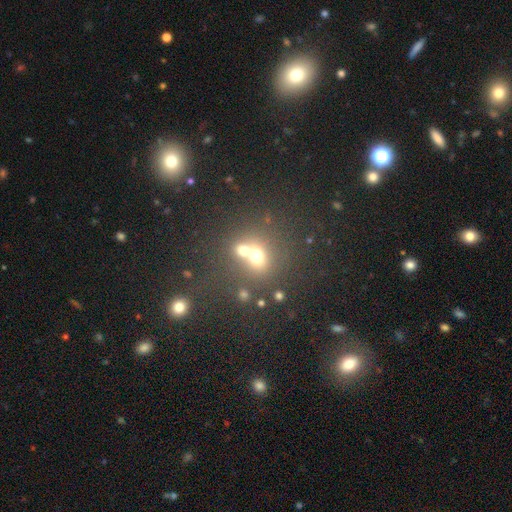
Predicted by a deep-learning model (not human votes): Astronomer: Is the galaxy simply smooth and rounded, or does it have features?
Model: smooth — 64%.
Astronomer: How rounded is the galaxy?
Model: round — 68%.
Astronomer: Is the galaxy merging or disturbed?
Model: merger — 53% (runner-up: none, 35%).